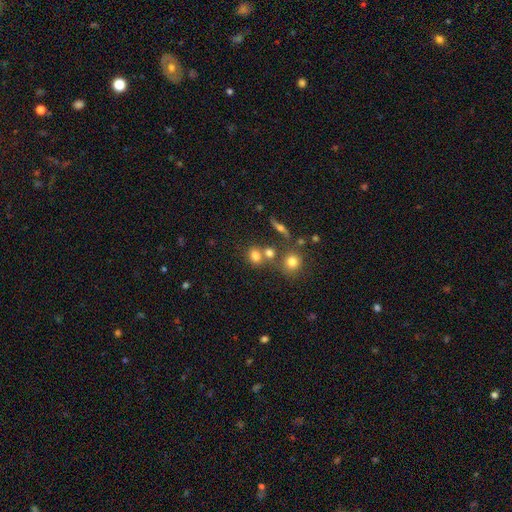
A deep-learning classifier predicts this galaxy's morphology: smooth-or-featured: smooth: 73% | star or artifact: 14% | featured or disk: 12%
  how-rounded: round: 62% | in between: 36% | cigar-shaped: 2%
  merging: none: 54% | merger: 30% | minor disturbance: 11% | major disturbance: 5%